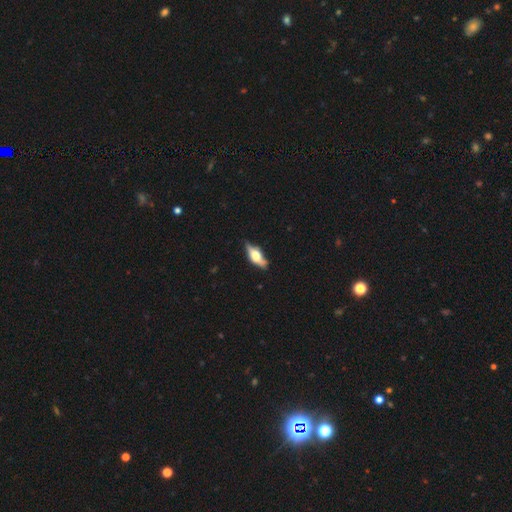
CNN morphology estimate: Smooth or featured? Predicted: featured or disk (p=0.59). Edge-on disk? Predicted: yes (p=0.91). Edge-on bulge? Predicted: rounded (p=0.91). Merging? Predicted: none (p=0.73).